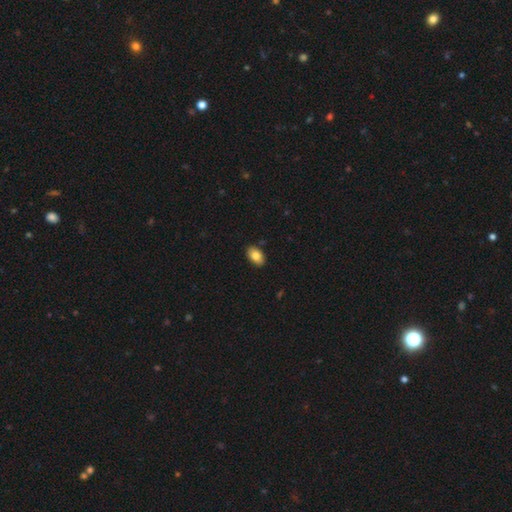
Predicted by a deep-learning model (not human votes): smooth-or-featured: smooth: 83% | featured or disk: 10% | star or artifact: 7%
  how-rounded: in between: 92% | round: 7% | cigar-shaped: 1%
  merging: none: 88% | minor disturbance: 8% | major disturbance: 2% | merger: 1%